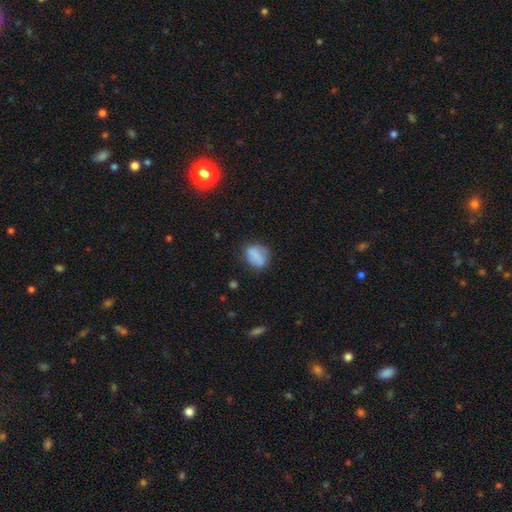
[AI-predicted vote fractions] A smooth galaxy with no disk features (77%) that is in between round and cigar-shaped (58%).

Vote fractions:
- Smooth or featured? smooth: 77% / featured or disk: 14% / star or artifact: 9%
- How rounded? in between: 58% / round: 40% / cigar-shaped: 2%
- Merging? none: 66% / minor disturbance: 23% / major disturbance: 8% / merger: 3%